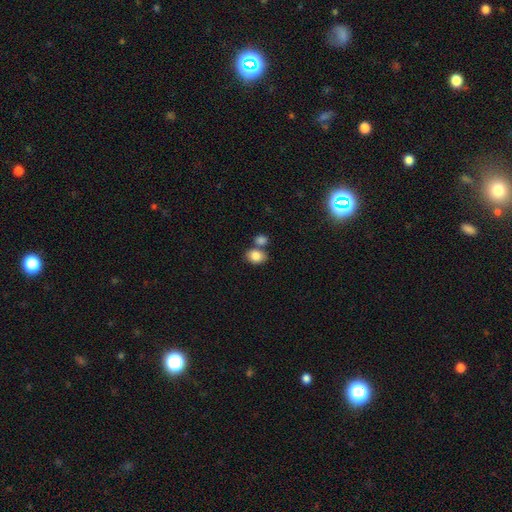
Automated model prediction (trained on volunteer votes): smooth-or-featured: smooth: 84% | star or artifact: 9% | featured or disk: 7%
  how-rounded: in between: 60% | round: 39% | cigar-shaped: 1%
  merging: none: 52% | merger: 33% | minor disturbance: 11% | major disturbance: 3%